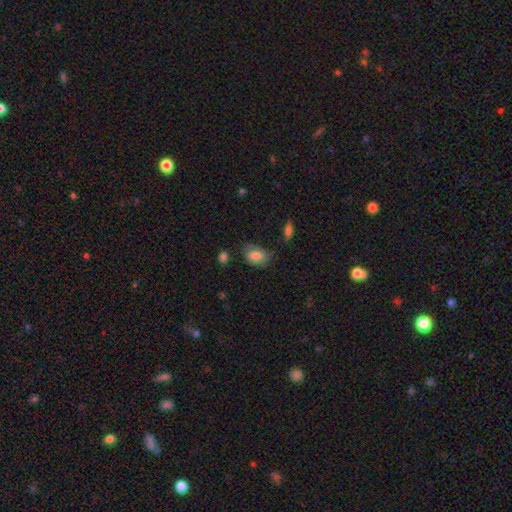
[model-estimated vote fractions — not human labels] Smooth or featured? smooth (73%)
How rounded? in between (83%)
Merging? none (62%)